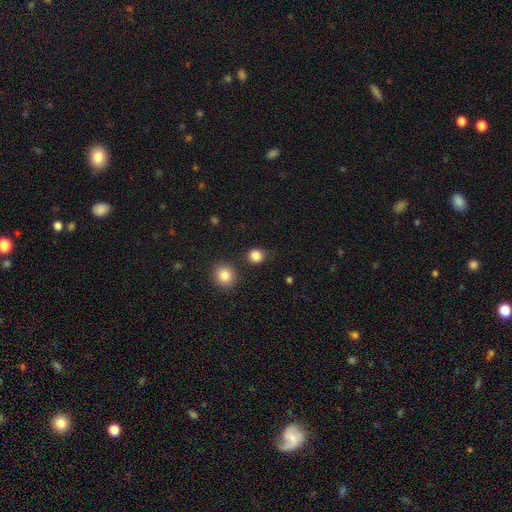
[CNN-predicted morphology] Overall: smooth (85%). How rounded: round (84%). Merging: none (83%).